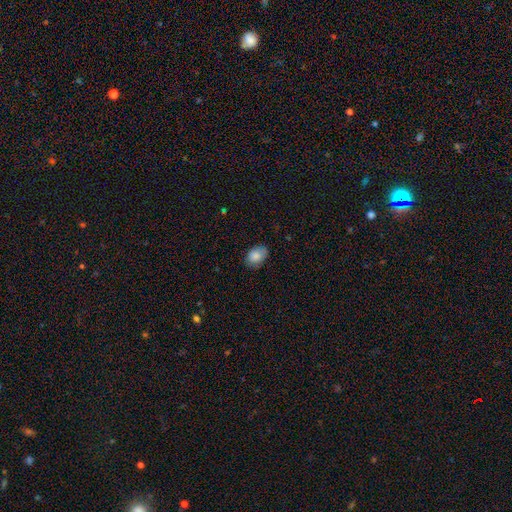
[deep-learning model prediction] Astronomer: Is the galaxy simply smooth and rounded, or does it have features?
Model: smooth — 85%.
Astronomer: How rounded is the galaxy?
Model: in between — 77%.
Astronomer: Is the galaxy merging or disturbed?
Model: none — 75%.